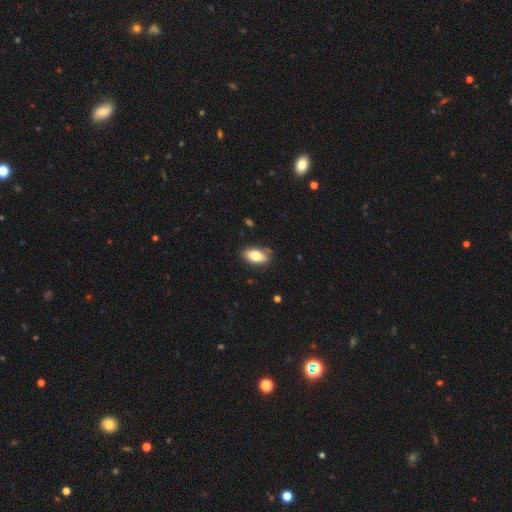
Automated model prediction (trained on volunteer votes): Morphology: type=smooth (80%); roundness=in between (92%); merging=none (78%).